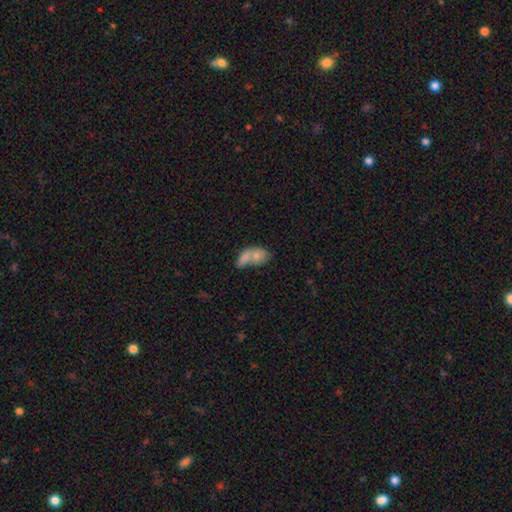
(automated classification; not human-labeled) Smooth or featured: smooth — 75% (featured or disk — 17%)
How rounded: in between — 80% (round — 17%)
Merging: merger — 57% (none — 24%)